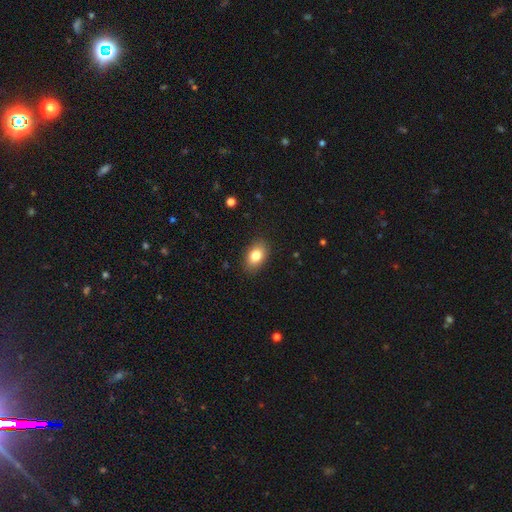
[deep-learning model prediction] This is clearly a smooth galaxy (82%). How rounded: clearly in between (87%). Merging: clearly none (87%).